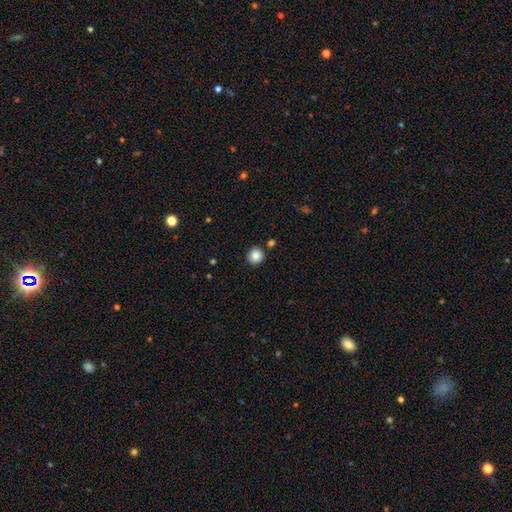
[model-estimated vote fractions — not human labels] This is clearly a smooth galaxy (87%). How rounded: clearly round (93%). Merging: clearly none (88%).